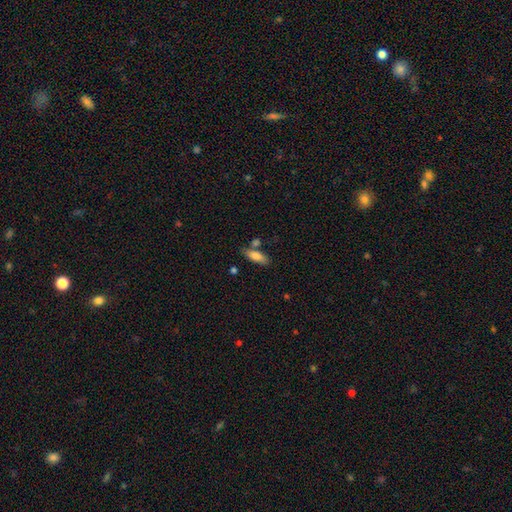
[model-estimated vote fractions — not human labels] Smooth or featured? smooth (82%)
How rounded? in between (64%)
Merging? none (66%)